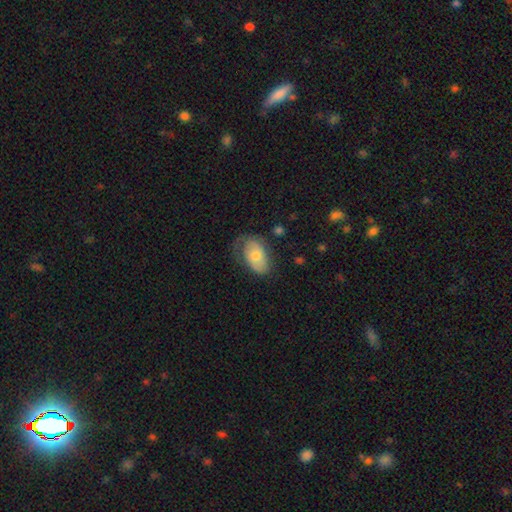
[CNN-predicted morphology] Smooth or featured? smooth (52%)
How rounded? in between (89%)
Merging? none (50%)